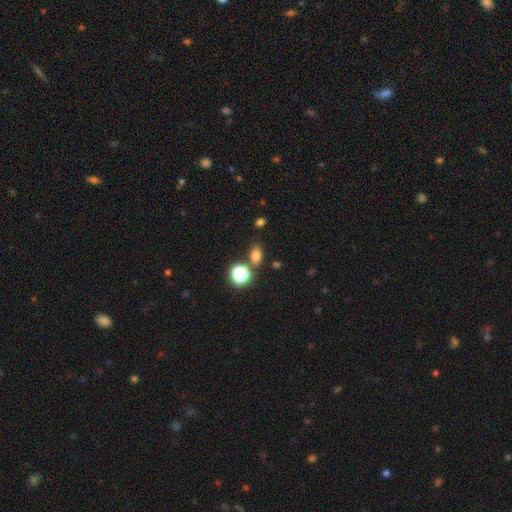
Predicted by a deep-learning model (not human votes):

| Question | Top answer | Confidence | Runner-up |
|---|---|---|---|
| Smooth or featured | smooth | 74% | star or artifact (20%) |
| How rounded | in between | 69% | round (30%) |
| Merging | none | 77% | minor disturbance (11%) |